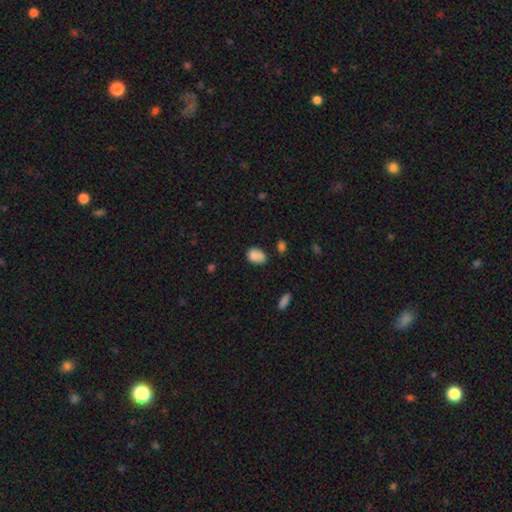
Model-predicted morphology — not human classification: Overall: smooth (81%). How rounded: in between (75%). Merging: none (47%; minor disturbance 24%).